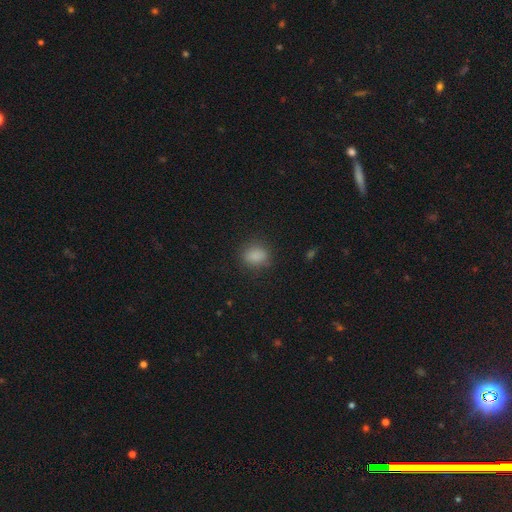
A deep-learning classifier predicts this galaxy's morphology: Smooth or featured?
  - smooth: 85% *
  - star or artifact: 10%
  - featured or disk: 5%
How rounded?
  - in between: 55% *
  - round: 43%
  - cigar-shaped: 2%
Merging?
  - none: 79% *
  - minor disturbance: 15%
  - major disturbance: 5%
  - merger: 1%